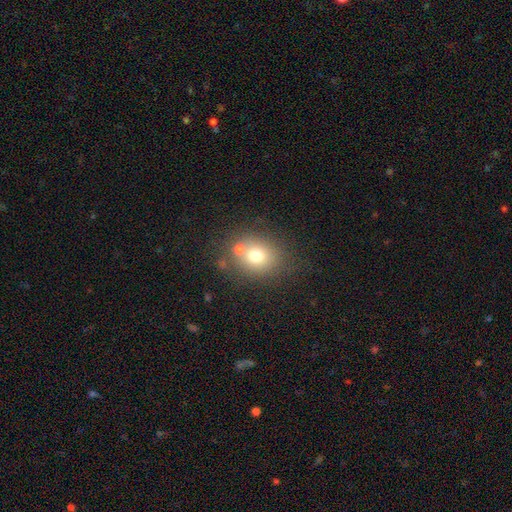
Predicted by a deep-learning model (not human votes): Smooth or featured? Predicted: smooth (p=0.71). How rounded? Predicted: round (p=0.66). Merging? Predicted: none (p=0.61).